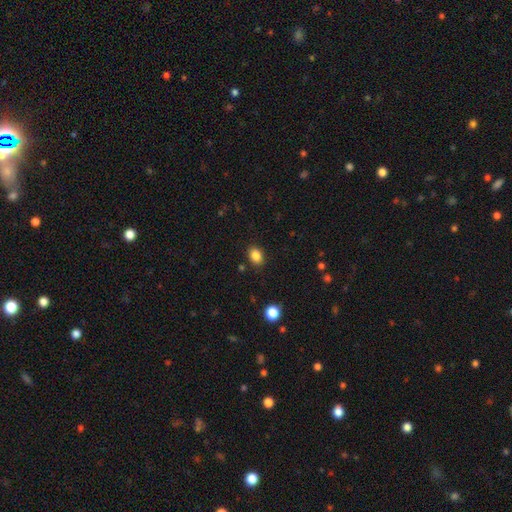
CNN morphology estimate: smooth 86%, star or artifact 10%, featured or disk 4%. Down the decision tree: how rounded — in between (67%); merging — none (87%).